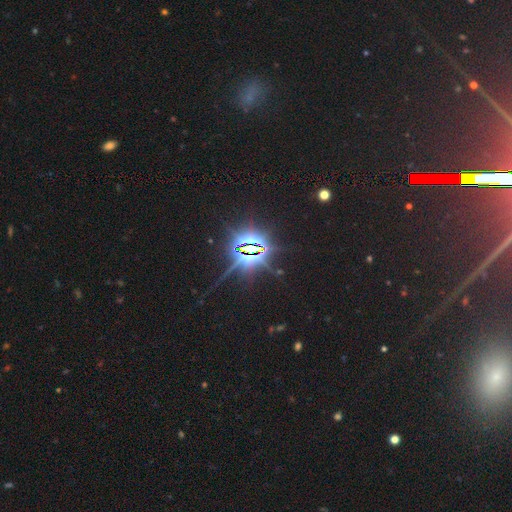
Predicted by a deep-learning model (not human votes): Q: Smooth or featured?
A: star or artifact (85%); runner-up: featured or disk (8%)